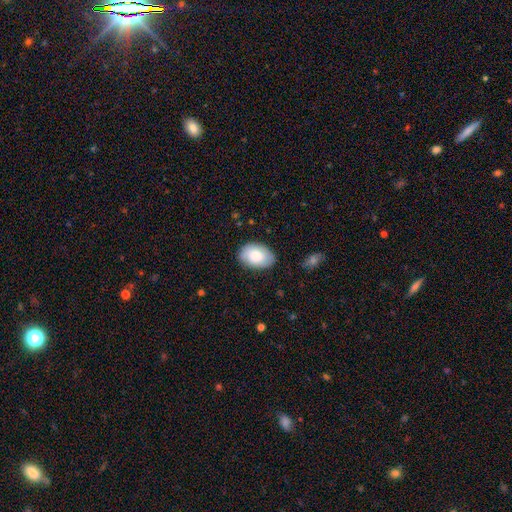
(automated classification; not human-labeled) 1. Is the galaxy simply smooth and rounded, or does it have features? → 77% smooth, 17% featured or disk, 6% star or artifact.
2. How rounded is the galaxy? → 86% in between, 13% round, 1% cigar-shaped.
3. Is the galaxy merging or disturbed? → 79% none, 16% minor disturbance, 3% major disturbance, 1% merger.